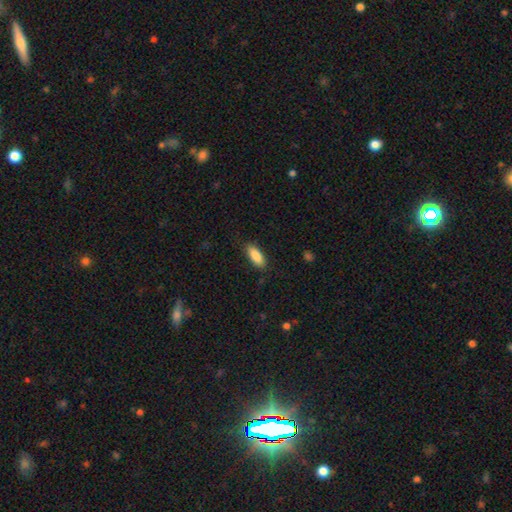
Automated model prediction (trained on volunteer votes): smooth_or_featured: smooth (p=0.88) [alt: star or artifact p=0.06]
how_rounded: in between (p=0.77) [alt: cigar-shaped p=0.21]
merging: none (p=0.85) [alt: minor disturbance p=0.11]